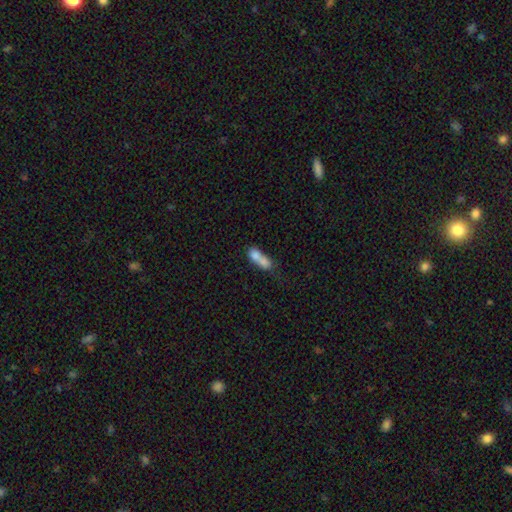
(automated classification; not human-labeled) The model was most divided on "how rounded": in between: 65%, cigar-shaped: 18%, round: 17%. More confident: smooth or featured — smooth (71%); merging — merger (69%).